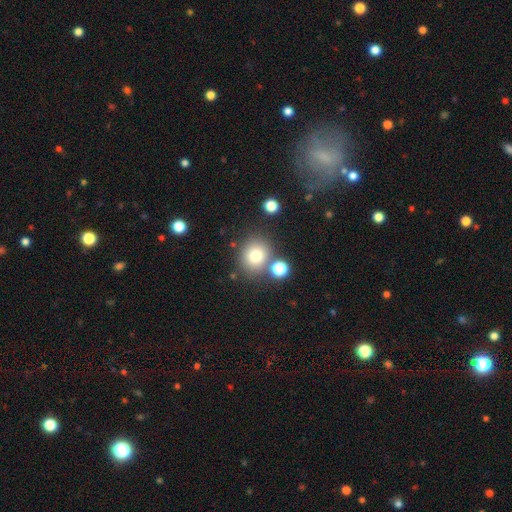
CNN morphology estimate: Overall: smooth (78%). How rounded: round (79%). Merging: none (74%).